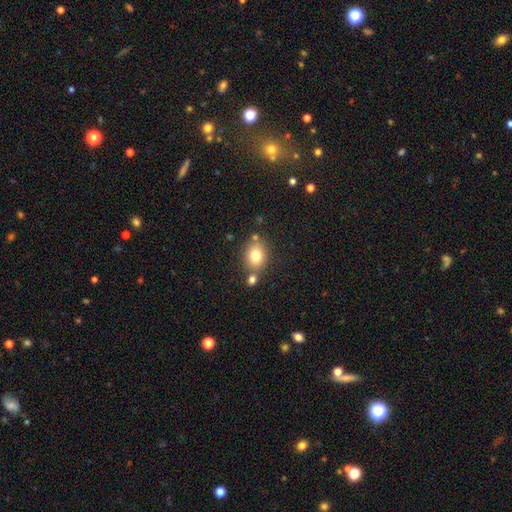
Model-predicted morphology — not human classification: Overall: smooth (78%). How rounded: round (51%; in between 48%). Merging: none (69%).